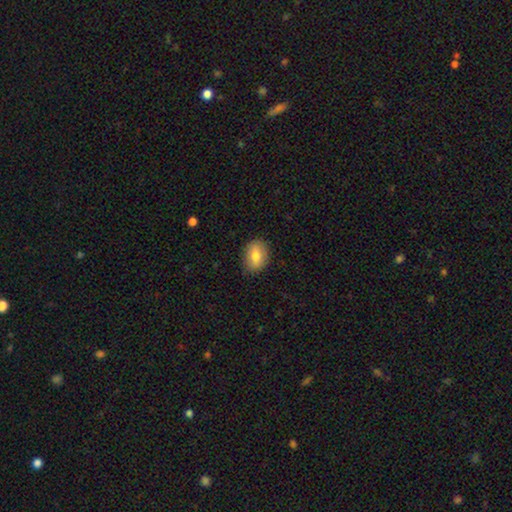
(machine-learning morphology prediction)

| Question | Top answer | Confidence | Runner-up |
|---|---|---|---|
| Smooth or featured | smooth | 77% | featured or disk (15%) |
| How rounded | in between | 74% | round (25%) |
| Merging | none | 84% | minor disturbance (12%) |